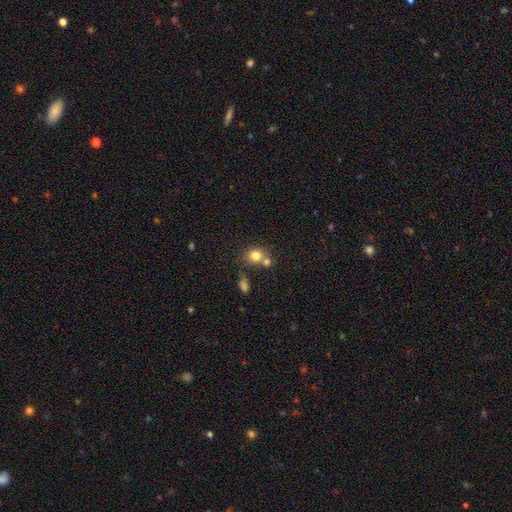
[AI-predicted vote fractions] This is likely a smooth galaxy (79%). How rounded: likely round (77%). Merging: possibly none (51%).